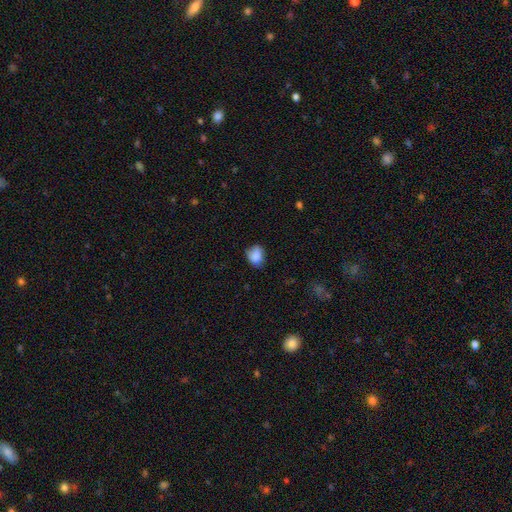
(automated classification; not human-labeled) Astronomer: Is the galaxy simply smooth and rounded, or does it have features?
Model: smooth — 83%.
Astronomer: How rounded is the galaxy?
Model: in between — 59% (runner-up: round, 39%).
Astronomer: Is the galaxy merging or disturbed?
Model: none — 56% (runner-up: minor disturbance, 33%).